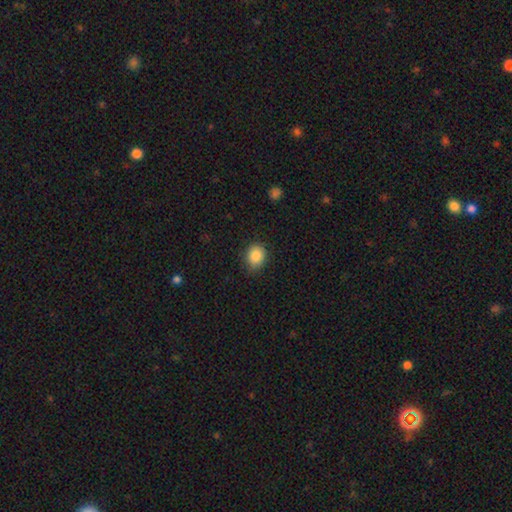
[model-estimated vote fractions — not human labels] Smooth or featured?
  - smooth: 87% *
  - star or artifact: 9%
  - featured or disk: 4%
How rounded?
  - round: 61% *
  - in between: 38%
  - cigar-shaped: 1%
Merging?
  - none: 81% *
  - minor disturbance: 15%
  - major disturbance: 3%
  - merger: 1%